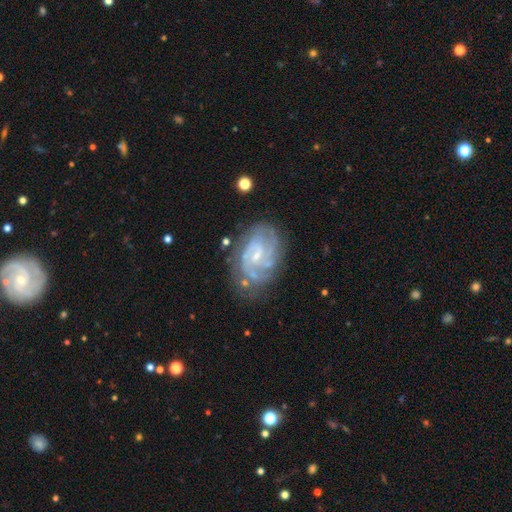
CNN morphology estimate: type=featured or disk (81%); edge-on=no (97%); bar=no (47%); spiral arms=yes (95%); winding=tight (61%); arm count=2 (34%); bulge=small (67%); merging=none (74%).